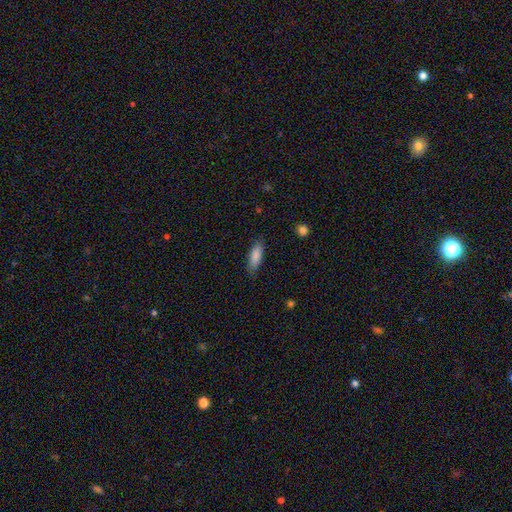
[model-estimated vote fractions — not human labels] Smooth or featured? Predicted: smooth (p=0.86). How rounded? Predicted: in between (p=0.56). Merging? Predicted: none (p=0.84).